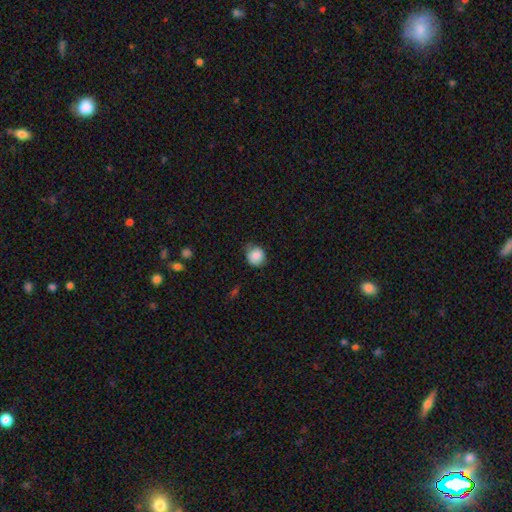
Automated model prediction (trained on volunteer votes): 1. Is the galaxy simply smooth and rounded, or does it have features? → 84% smooth, 8% star or artifact, 7% featured or disk.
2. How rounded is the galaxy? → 80% round, 19% in between, 1% cigar-shaped.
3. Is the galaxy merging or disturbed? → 68% none, 26% minor disturbance, 5% major disturbance, 1% merger.